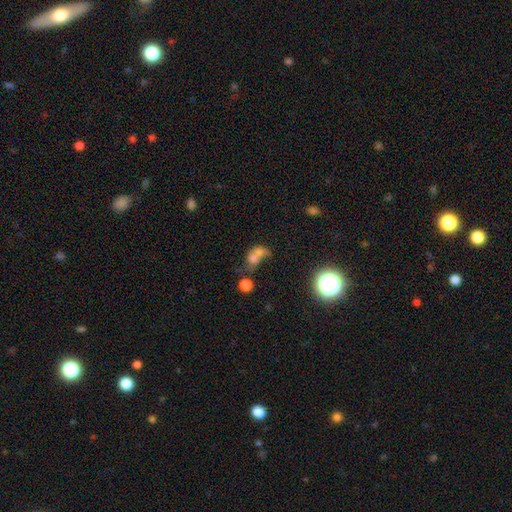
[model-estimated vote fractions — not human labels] Overall: smooth (62%). How rounded: round (51%; in between 46%). Merging: merger (64%).